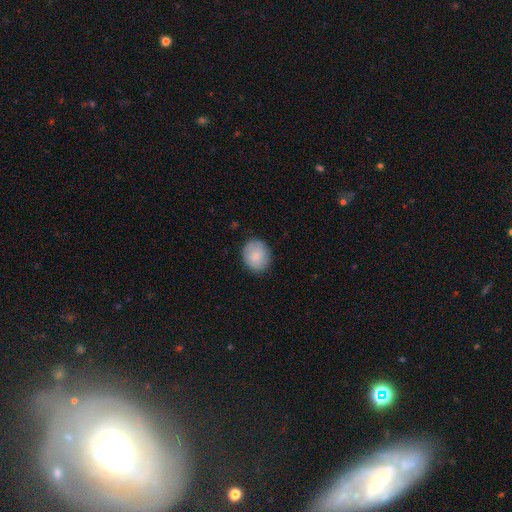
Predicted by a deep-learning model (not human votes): This is clearly a smooth galaxy (84%). How rounded: likely round (65%). Merging: clearly none (85%).